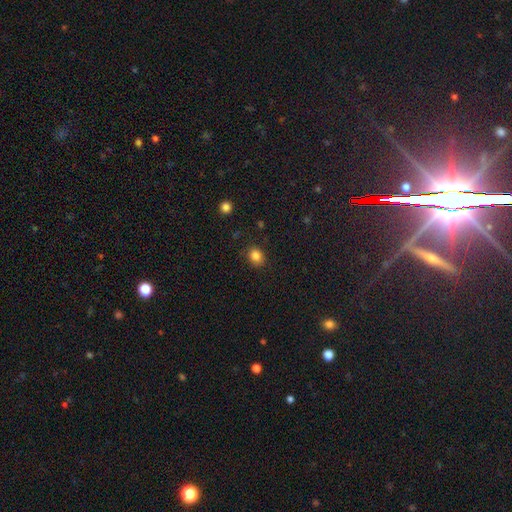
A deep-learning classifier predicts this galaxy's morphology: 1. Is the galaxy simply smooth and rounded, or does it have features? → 85% smooth, 11% star or artifact, 4% featured or disk.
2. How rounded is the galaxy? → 53% round, 46% in between, 1% cigar-shaped.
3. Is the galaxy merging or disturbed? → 86% none, 10% minor disturbance, 3% major disturbance, 1% merger.